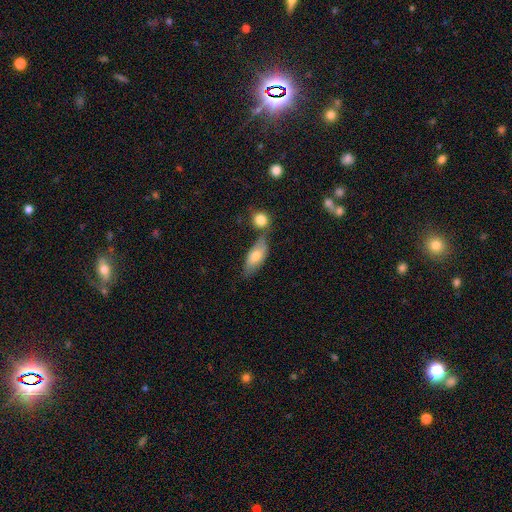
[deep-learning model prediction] Smooth or featured: smooth — 69% (featured or disk — 25%)
How rounded: in between — 82% (cigar-shaped — 14%)
Merging: none — 53% (merger — 22%)